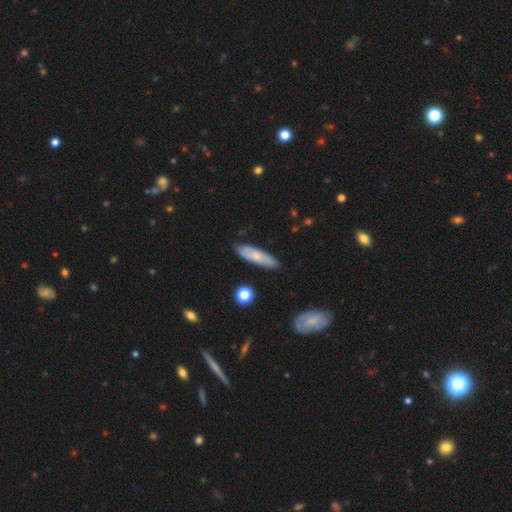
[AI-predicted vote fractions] smooth_or_featured: smooth (p=0.66) [alt: featured or disk p=0.27]
how_rounded: cigar-shaped (p=0.64) [alt: in between p=0.34]
merging: none (p=0.82) [alt: minor disturbance p=0.14]